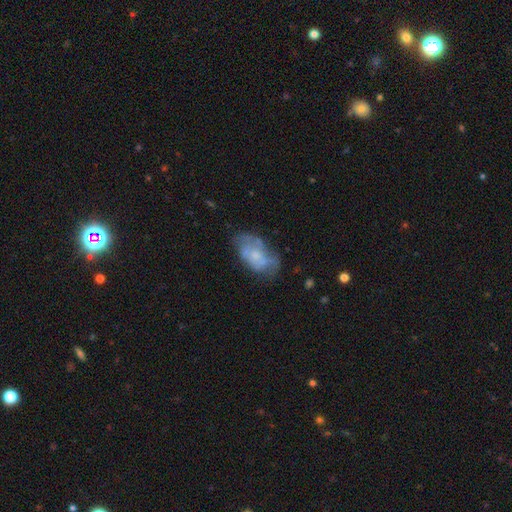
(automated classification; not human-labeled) A featured or disk galaxy (53%) with no bar (84%), no spiral arms (67%) and a small central bulge (44%). Merging: none (47%).